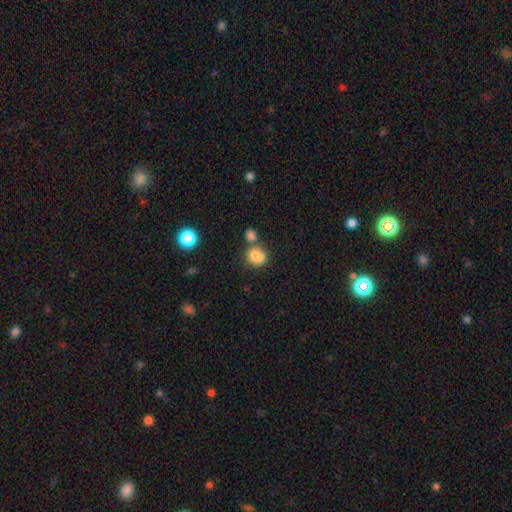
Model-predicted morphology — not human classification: Smooth or featured?
  - smooth: 77% *
  - featured or disk: 13%
  - star or artifact: 10%
How rounded?
  - round: 79% *
  - in between: 20%
  - cigar-shaped: 1%
Merging?
  - merger: 44% *
  - none: 40%
  - minor disturbance: 11%
  - major disturbance: 5%